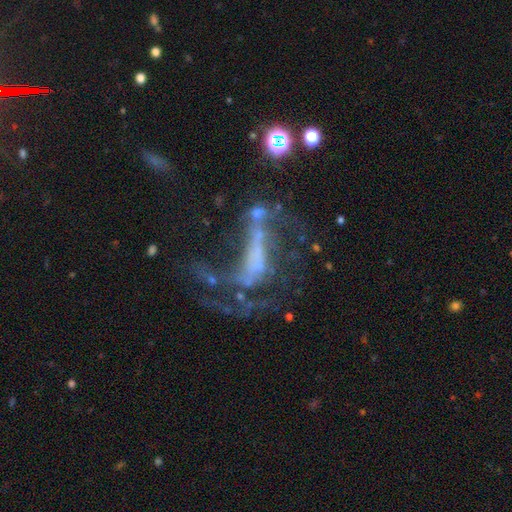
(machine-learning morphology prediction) A featured or disk galaxy (70%) with no bar (42%), spiral arms (58%) and no central bulge (61%). Merging: major disturbance (46%).